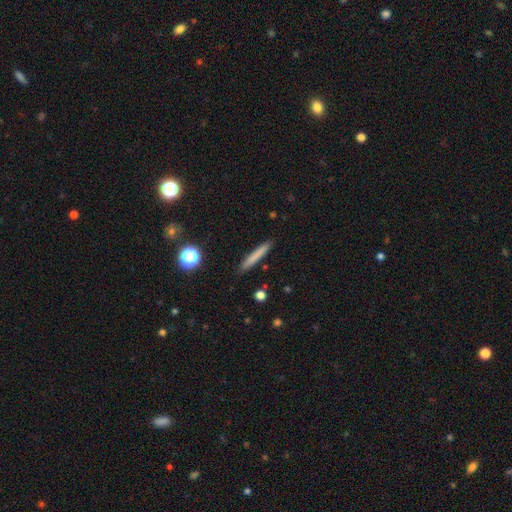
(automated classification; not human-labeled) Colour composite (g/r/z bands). It shows a smooth galaxy with no disk features (74%) that is cigar-shaped (95%). Merging: none (89%).